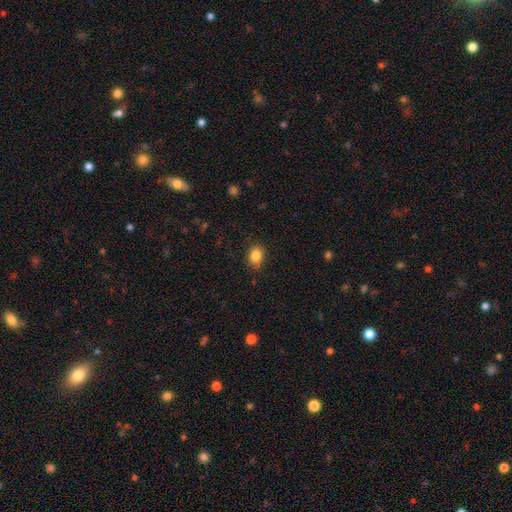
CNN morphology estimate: This is clearly a smooth galaxy (85%). How rounded: possibly in between (59%). Merging: clearly none (83%).